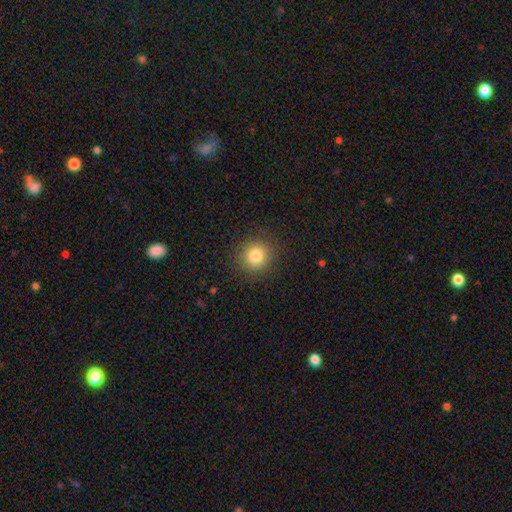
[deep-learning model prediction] smooth 82%, star or artifact 12%, featured or disk 6%. Down the decision tree: how rounded — round (91%); merging — none (90%).